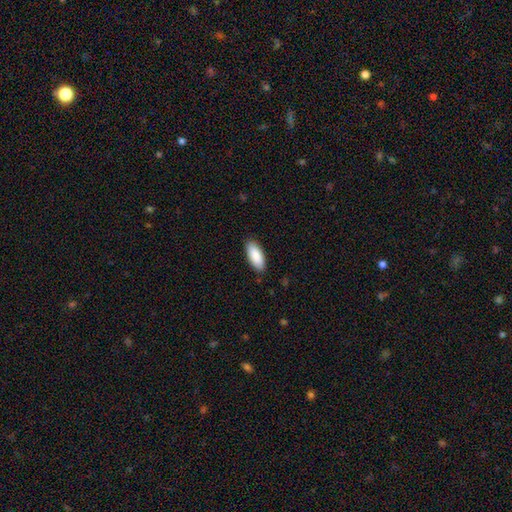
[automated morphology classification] Overall: smooth (89%). How rounded: in between (83%). Merging: none (87%).